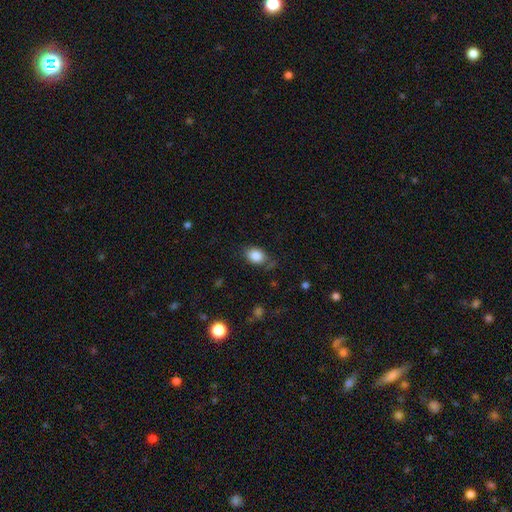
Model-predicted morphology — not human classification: A smooth galaxy with no disk features (85%) that is in between round and cigar-shaped (70%). Merging: none (70%).